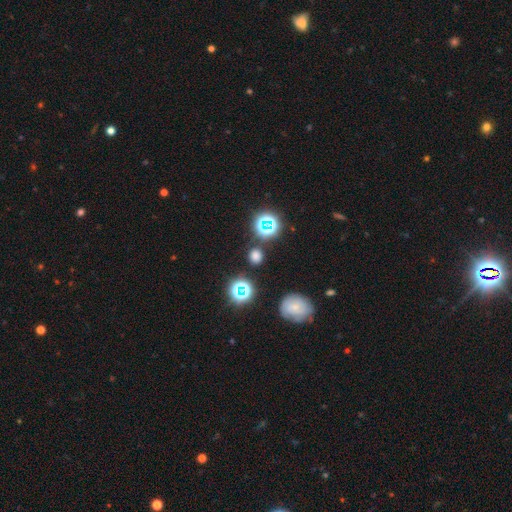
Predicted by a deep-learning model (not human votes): Overall: smooth (63%; star or artifact 30%). How rounded: round (83%). Merging: none (83%).